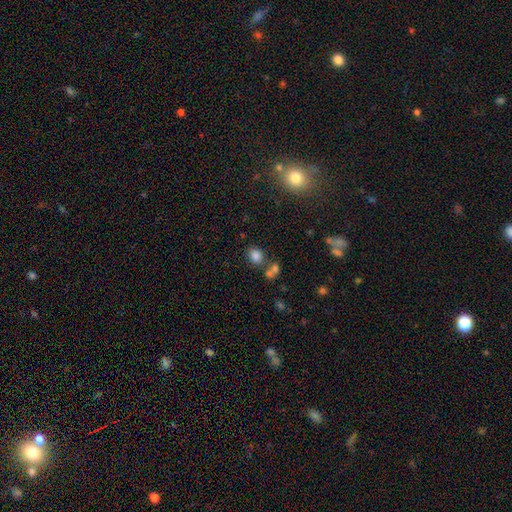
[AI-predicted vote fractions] A smooth galaxy with no disk features (80%) that is round (57%). Merging: none (67%).